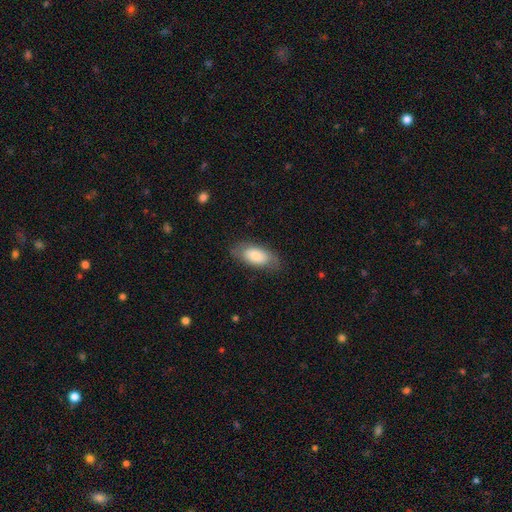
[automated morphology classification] smooth-or-featured: smooth: 80% | featured or disk: 14% | star or artifact: 6%
  how-rounded: in between: 91% | cigar-shaped: 7% | round: 3%
  merging: none: 76% | minor disturbance: 17% | major disturbance: 5% | merger: 1%